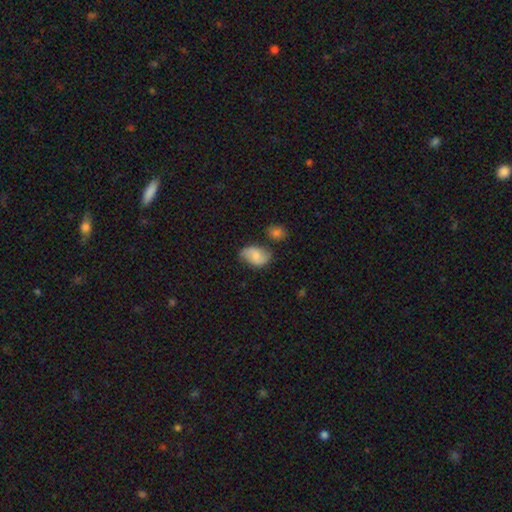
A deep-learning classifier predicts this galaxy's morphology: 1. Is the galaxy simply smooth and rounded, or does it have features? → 67% smooth, 25% featured or disk, 8% star or artifact.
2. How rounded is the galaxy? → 87% in between, 11% round, 1% cigar-shaped.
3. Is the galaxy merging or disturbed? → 57% none, 27% minor disturbance, 9% merger, 7% major disturbance.